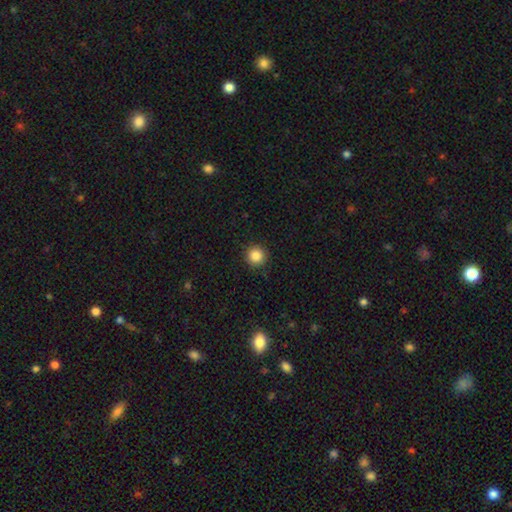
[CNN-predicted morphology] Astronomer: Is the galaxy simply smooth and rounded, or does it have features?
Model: smooth — 86%.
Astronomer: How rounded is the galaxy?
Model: round — 95%.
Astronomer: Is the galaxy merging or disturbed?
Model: none — 91%.